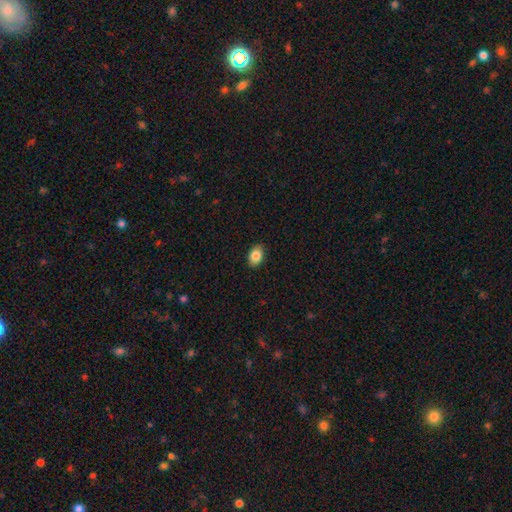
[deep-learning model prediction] A smooth galaxy with no disk features (85%) that is in between round and cigar-shaped (84%).

Vote fractions:
- Smooth or featured? smooth: 85% / star or artifact: 8% / featured or disk: 7%
- How rounded? in between: 84% / round: 15% / cigar-shaped: 1%
- Merging? none: 89% / minor disturbance: 8% / major disturbance: 2% / merger: 1%